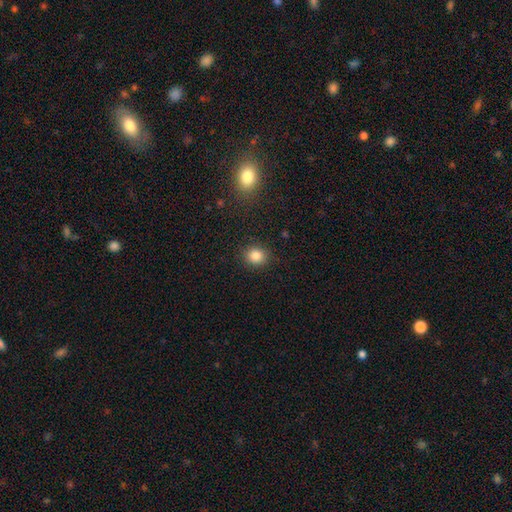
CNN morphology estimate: A smooth galaxy with no disk features (84%) that is round (77%).

Vote fractions:
- Smooth or featured? smooth: 84% / star or artifact: 11% / featured or disk: 5%
- How rounded? round: 77% / in between: 22% / cigar-shaped: 1%
- Merging? none: 89% / minor disturbance: 7% / major disturbance: 3% / merger: 1%